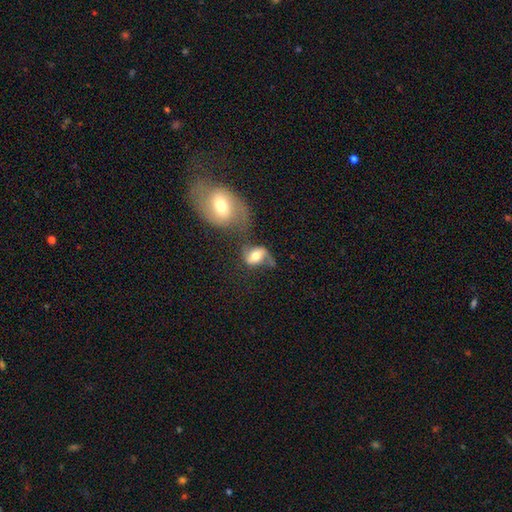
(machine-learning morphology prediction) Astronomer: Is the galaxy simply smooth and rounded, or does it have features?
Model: featured or disk — 49% (runner-up: smooth, 42%).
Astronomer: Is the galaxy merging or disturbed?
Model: none — 32% (runner-up: merger, 31%).